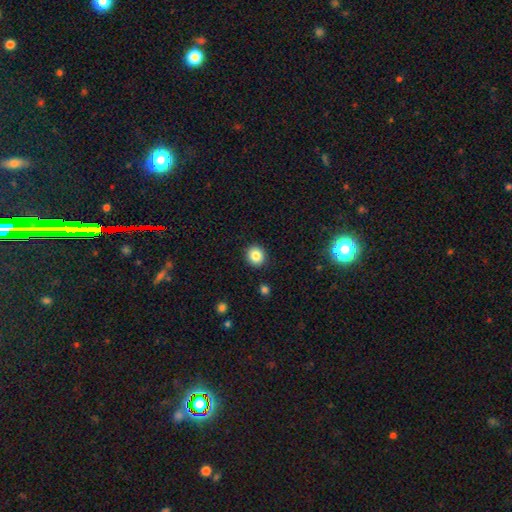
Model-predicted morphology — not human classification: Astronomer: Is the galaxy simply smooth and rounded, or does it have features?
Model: smooth — 84%.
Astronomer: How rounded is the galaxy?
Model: round — 83%.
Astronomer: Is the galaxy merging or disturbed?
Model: none — 91%.